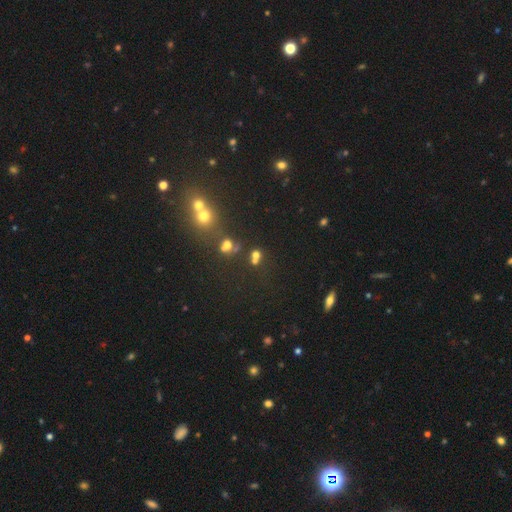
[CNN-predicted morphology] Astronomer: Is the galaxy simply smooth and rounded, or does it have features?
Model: smooth — 58%.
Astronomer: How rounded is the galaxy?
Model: round — 74%.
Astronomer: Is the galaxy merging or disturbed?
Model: none — 50% (runner-up: merger, 34%).